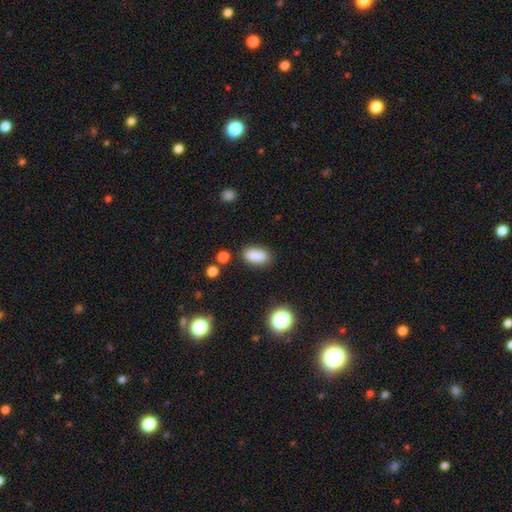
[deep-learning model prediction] smooth 84%, star or artifact 10%, featured or disk 6%. Down the decision tree: how rounded — in between (85%); merging — none (74%).